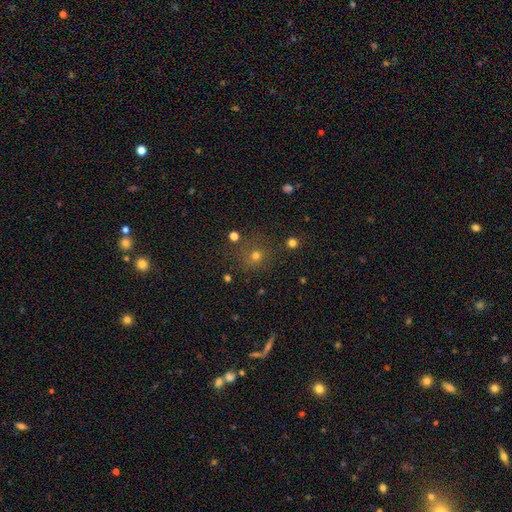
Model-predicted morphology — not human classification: A smooth galaxy with no disk features (61%) that is round (89%).

Vote fractions:
- Smooth or featured? smooth: 61% / star or artifact: 29% / featured or disk: 10%
- How rounded? round: 89% / in between: 10% / cigar-shaped: 1%
- Merging? none: 79% / minor disturbance: 11% / major disturbance: 5% / merger: 5%